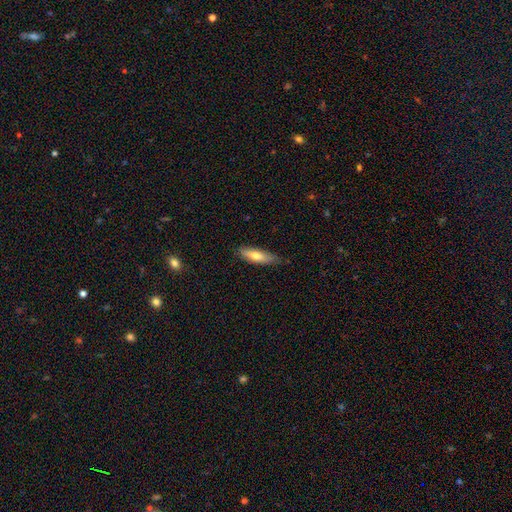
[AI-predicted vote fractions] A smooth galaxy with no disk features (69%) that is cigar-shaped (58%).

Vote fractions:
- Smooth or featured? smooth: 69% / featured or disk: 25% / star or artifact: 6%
- How rounded? cigar-shaped: 58% / in between: 40% / round: 2%
- Merging? none: 76% / minor disturbance: 20% / major disturbance: 3% / merger: 1%